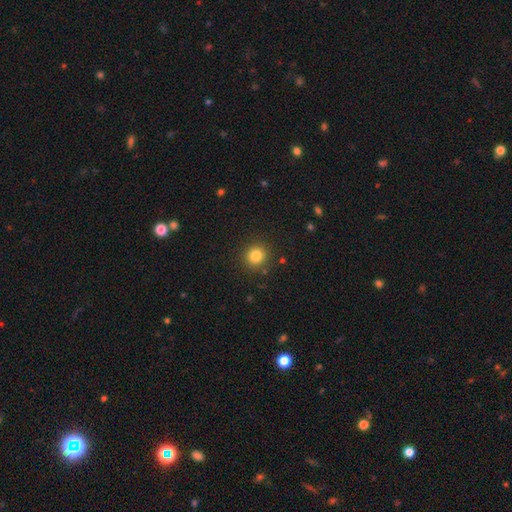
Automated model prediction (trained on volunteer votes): A smooth galaxy with no disk features (83%) that is round (92%). Merging: none (89%).